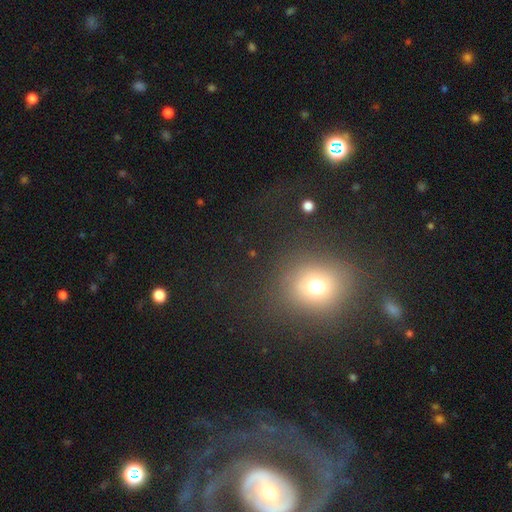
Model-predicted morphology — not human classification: A featured or disk galaxy (41%).

Vote fractions:
- Smooth or featured? featured or disk: 41% / smooth: 38% / star or artifact: 20%
- Merging? none: 81% / minor disturbance: 9% / major disturbance: 7% / merger: 3%